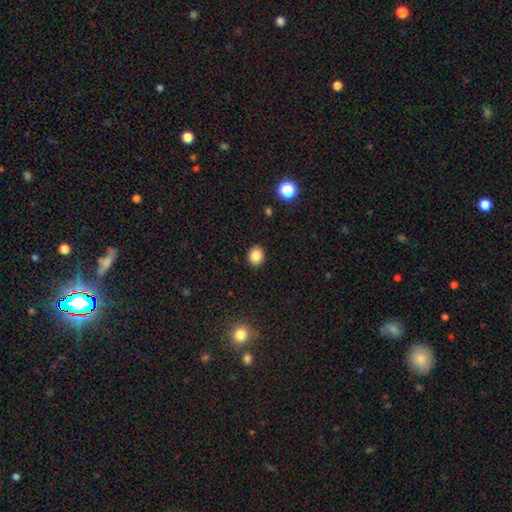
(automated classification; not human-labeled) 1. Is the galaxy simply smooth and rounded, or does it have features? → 85% smooth, 11% star or artifact, 5% featured or disk.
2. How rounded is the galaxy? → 62% round, 37% in between, 1% cigar-shaped.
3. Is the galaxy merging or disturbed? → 90% none, 7% minor disturbance, 2% major disturbance, 1% merger.